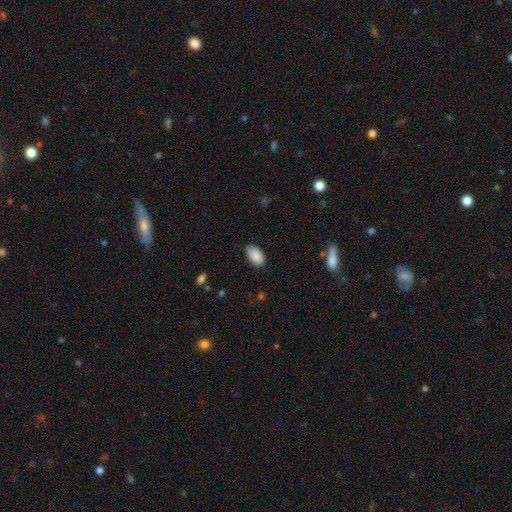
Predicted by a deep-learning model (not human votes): smooth-or-featured: smooth: 90% | star or artifact: 7% | featured or disk: 4%
  how-rounded: in between: 94% | round: 4% | cigar-shaped: 1%
  merging: none: 82% | minor disturbance: 14% | major disturbance: 3% | merger: 1%